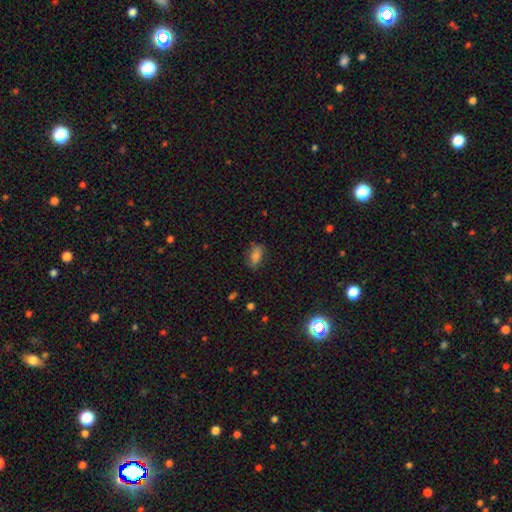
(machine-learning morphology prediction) The model was most divided on "merging": none: 77%, minor disturbance: 18%, major disturbance: 4%, merger: 1%. More confident: how rounded — in between (86%); smooth or featured — smooth (76%).